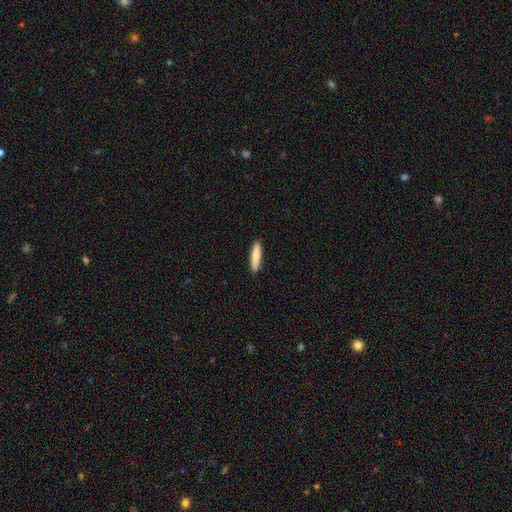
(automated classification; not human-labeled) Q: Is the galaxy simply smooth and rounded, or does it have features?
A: smooth — 84%.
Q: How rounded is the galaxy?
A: cigar-shaped — 82%.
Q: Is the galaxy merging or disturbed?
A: none — 90%.